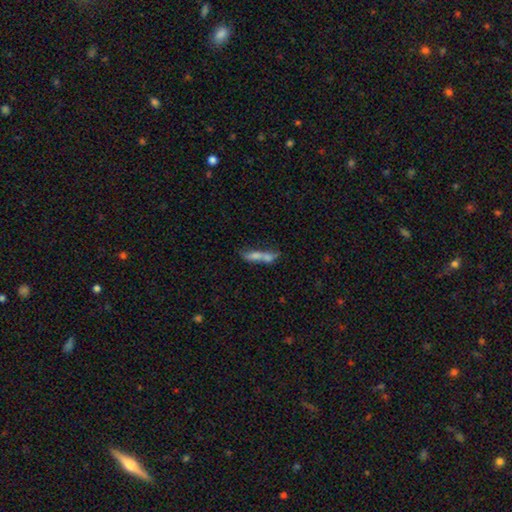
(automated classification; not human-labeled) This appears to be a smooth galaxy with no disk features (62%) that is cigar-shaped (60%). Merging: merger (54%).